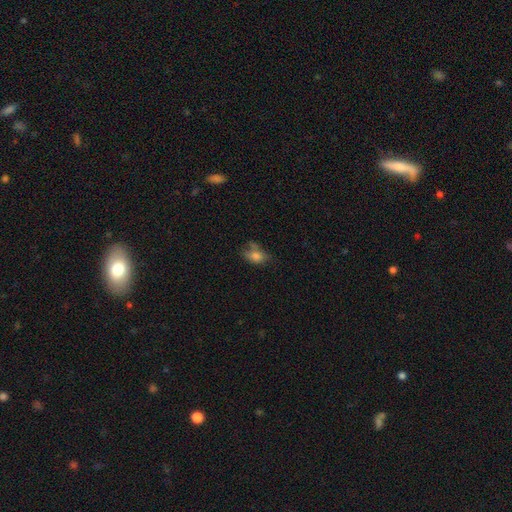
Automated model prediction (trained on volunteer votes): smooth-or-featured: smooth: 72% | featured or disk: 16% | star or artifact: 11%
  how-rounded: in between: 84% | round: 13% | cigar-shaped: 3%
  merging: none: 40% | minor disturbance: 28% | major disturbance: 18% | merger: 14%